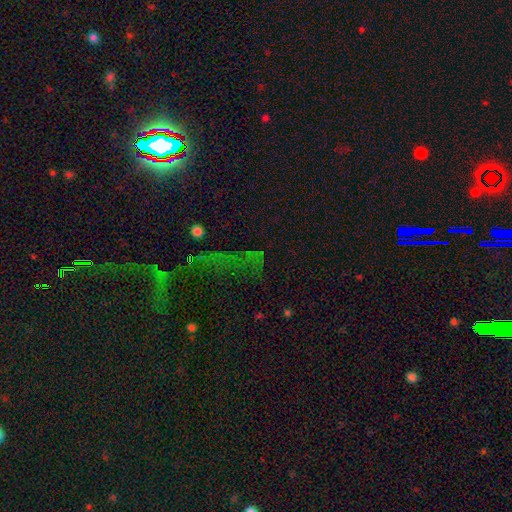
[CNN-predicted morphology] smooth-or-featured: star or artifact: 77% | smooth: 12% | featured or disk: 11%